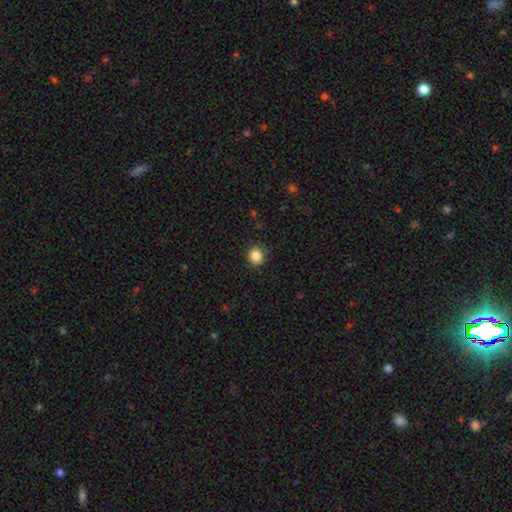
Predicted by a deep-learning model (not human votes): Overall: smooth (86%). How rounded: round (88%). Merging: none (90%).